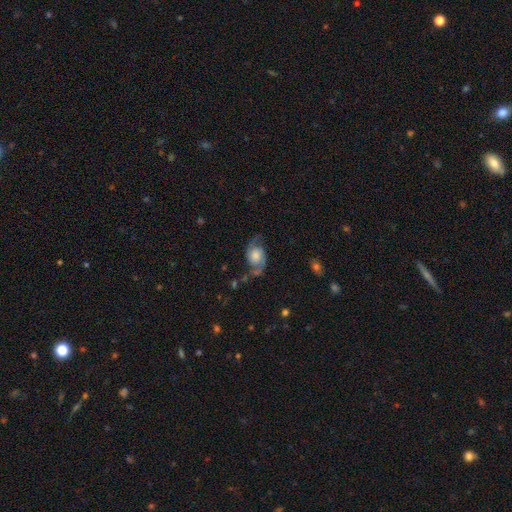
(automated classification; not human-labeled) Smooth or featured?
  - featured or disk: 79% *
  - smooth: 14%
  - star or artifact: 7%
Edge-on disk?
  - no: 97% *
  - yes: 3%
Bar?
  - no: 72% *
  - weak: 24%
  - strong: 4%
Spiral arms?
  - yes: 95% *
  - no: 5%
Spiral winding?
  - loose: 47% *
  - medium: 40%
  - tight: 13%
Spiral arm count?
  - 2: 92% *
  - 1: 3%
  - can't tell: 2%
  - 3: 1%
  - 4: 1%
  - more than 4: 1%
Bulge size?
  - large: 33% *
  - moderate: 30%
  - small: 18%
  - none: 11%
  - dominant: 8%
Merging?
  - none: 67% *
  - minor disturbance: 19%
  - major disturbance: 11%
  - merger: 3%